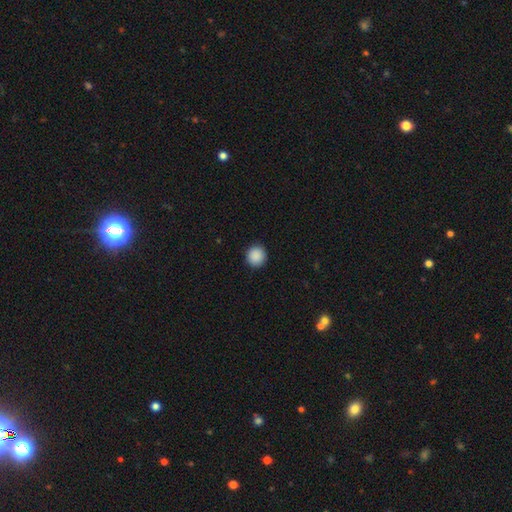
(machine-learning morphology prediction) Smooth or featured? smooth (89%)
How rounded? round (92%)
Merging? none (92%)